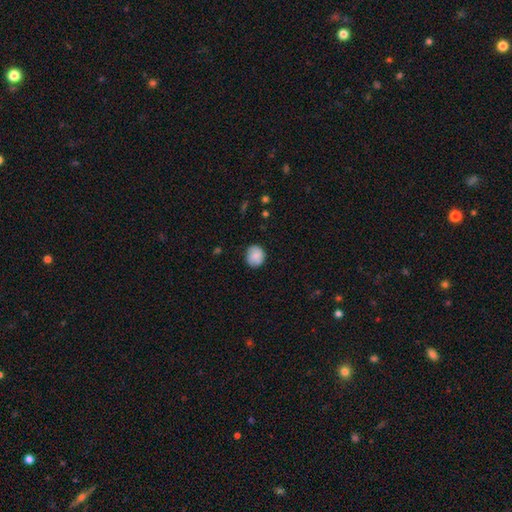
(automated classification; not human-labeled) A smooth galaxy with no disk features (82%) that is round (76%). Merging: none (79%).